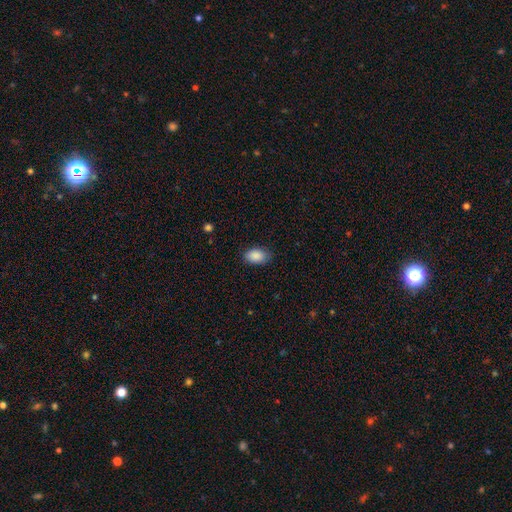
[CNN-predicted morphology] smooth 89%, star or artifact 7%, featured or disk 4%. Down the decision tree: how rounded — in between (91%); merging — none (82%).